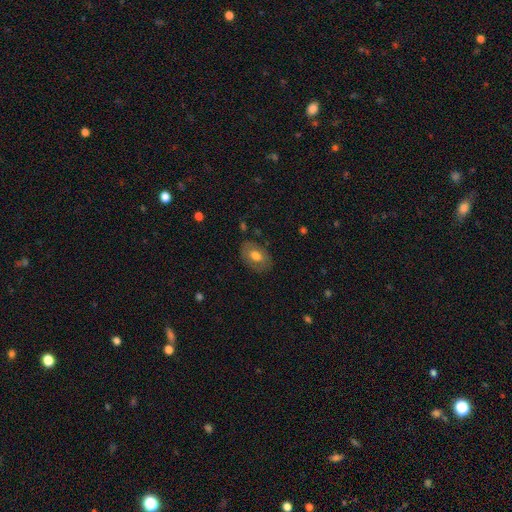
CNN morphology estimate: The model was most divided on "smooth or featured": smooth: 63%, featured or disk: 30%, star or artifact: 7%. More confident: how rounded — in between (84%); merging — none (80%).